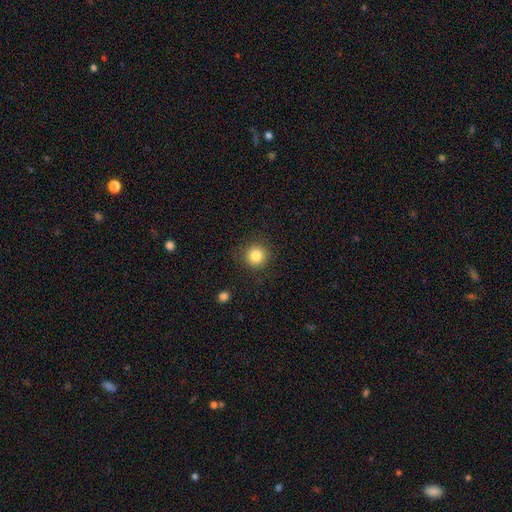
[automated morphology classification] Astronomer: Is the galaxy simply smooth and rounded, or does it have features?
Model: smooth — 83%.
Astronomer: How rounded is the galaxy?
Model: round — 93%.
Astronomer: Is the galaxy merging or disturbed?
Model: none — 88%.